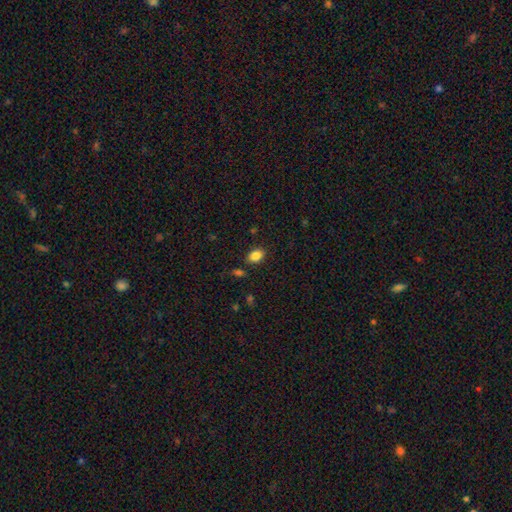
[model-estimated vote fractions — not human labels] smooth_or_featured: smooth (p=0.86) [alt: star or artifact p=0.09]
how_rounded: in between (p=0.77) [alt: round p=0.22]
merging: none (p=0.84) [alt: minor disturbance p=0.10]